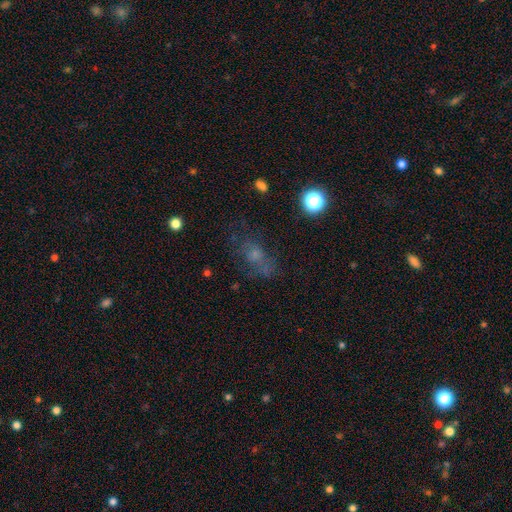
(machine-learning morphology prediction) The model was most divided on "smooth or featured": smooth: 47%, featured or disk: 30%, star or artifact: 22%. More confident: merging — none (53%).